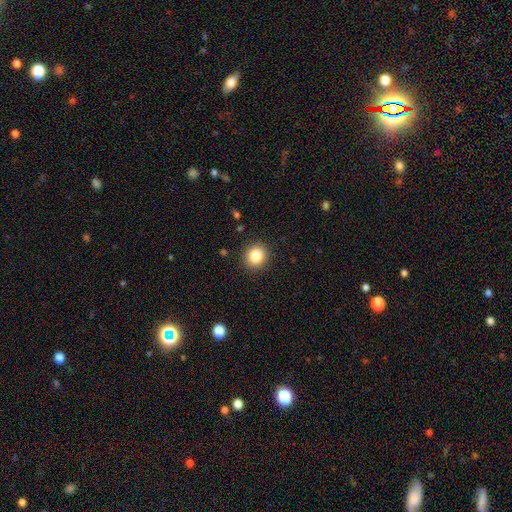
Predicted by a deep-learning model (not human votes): smooth 85%, star or artifact 10%, featured or disk 6%. Down the decision tree: how rounded — round (86%); merging — none (90%).